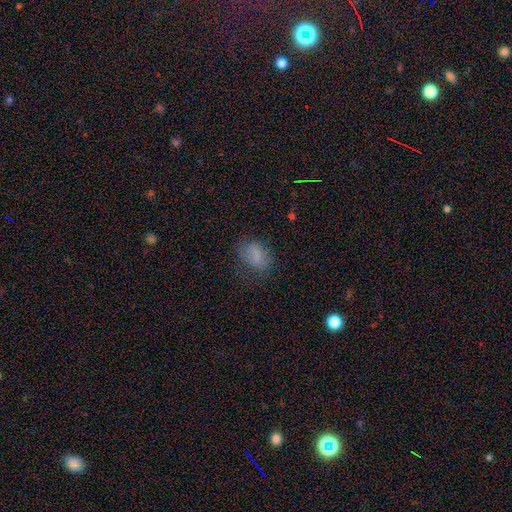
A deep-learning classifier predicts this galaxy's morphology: A smooth galaxy with no disk features (77%) that is in between round and cigar-shaped (79%). Merging: none (64%).